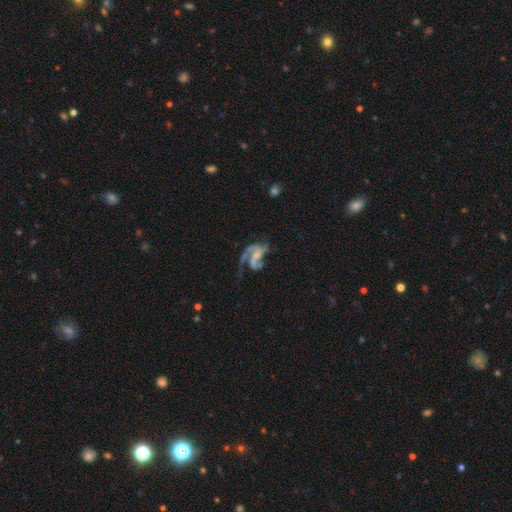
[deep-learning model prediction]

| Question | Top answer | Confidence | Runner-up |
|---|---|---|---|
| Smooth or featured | featured or disk | 87% | smooth (7%) |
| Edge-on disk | no | 98% | yes (2%) |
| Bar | no | 48% | weak (37%) |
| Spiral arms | yes | 95% | no (5%) |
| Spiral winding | medium | 48% | loose (37%) |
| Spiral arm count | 2 | 61% | 3 (17%) |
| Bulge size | small | 44% | none (27%) |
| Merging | none | 38% | major disturbance (37%) |